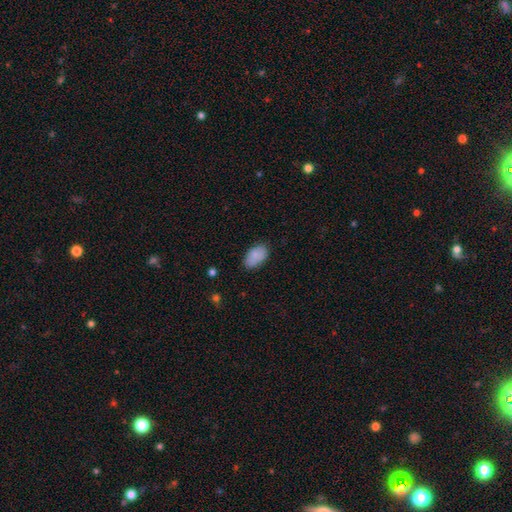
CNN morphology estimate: smooth-or-featured: smooth: 85% | featured or disk: 8% | star or artifact: 7%
  how-rounded: in between: 93% | round: 6% | cigar-shaped: 1%
  merging: none: 78% | minor disturbance: 17% | major disturbance: 3% | merger: 2%